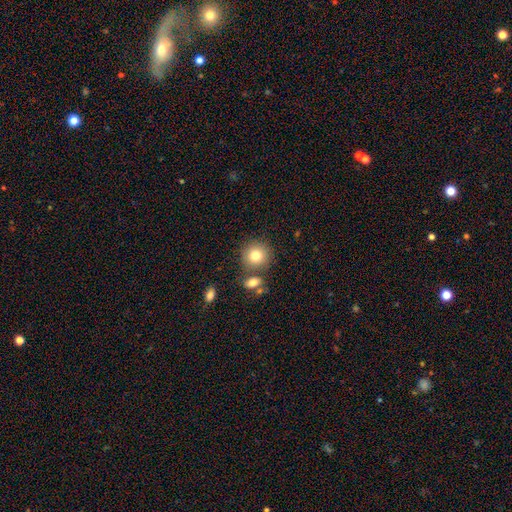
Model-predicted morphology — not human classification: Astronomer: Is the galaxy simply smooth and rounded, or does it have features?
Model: smooth — 81%.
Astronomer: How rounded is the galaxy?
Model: round — 89%.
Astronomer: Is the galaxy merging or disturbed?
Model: none — 72%.